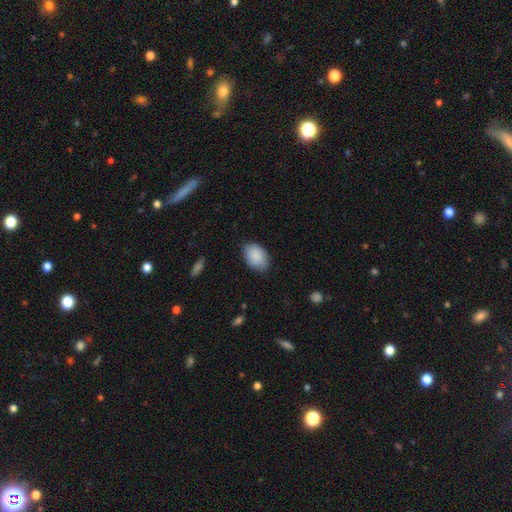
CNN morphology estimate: Smooth or featured?
  - smooth: 90% *
  - star or artifact: 6%
  - featured or disk: 4%
How rounded?
  - in between: 89% *
  - round: 10%
  - cigar-shaped: 1%
Merging?
  - none: 82% *
  - minor disturbance: 15%
  - major disturbance: 3%
  - merger: 1%